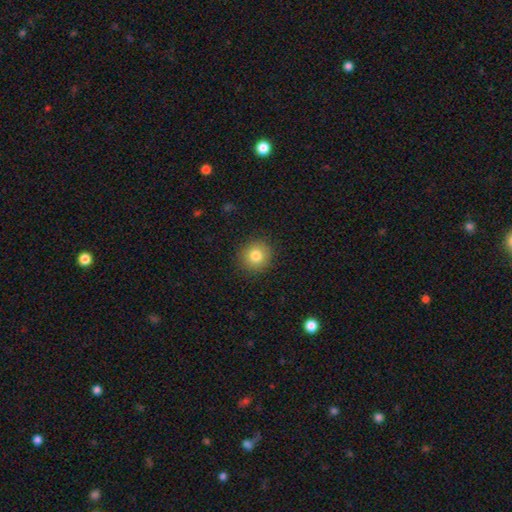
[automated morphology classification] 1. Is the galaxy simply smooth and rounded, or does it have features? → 80% smooth, 11% star or artifact, 8% featured or disk.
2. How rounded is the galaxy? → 89% round, 10% in between, 1% cigar-shaped.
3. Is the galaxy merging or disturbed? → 90% none, 7% minor disturbance, 2% major disturbance, 1% merger.